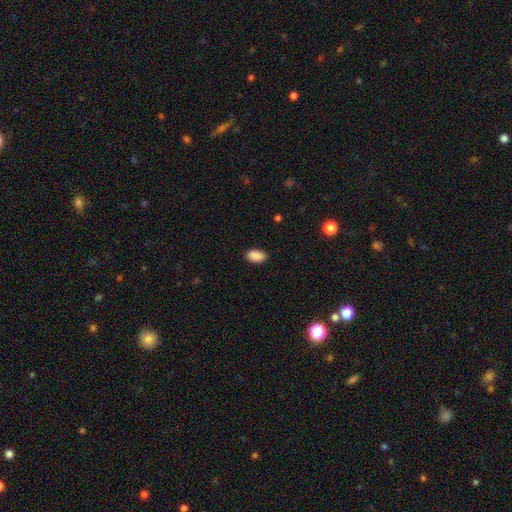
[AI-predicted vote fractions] smooth 90%, star or artifact 7%, featured or disk 2%. Down the decision tree: how rounded — in between (94%); merging — none (87%).